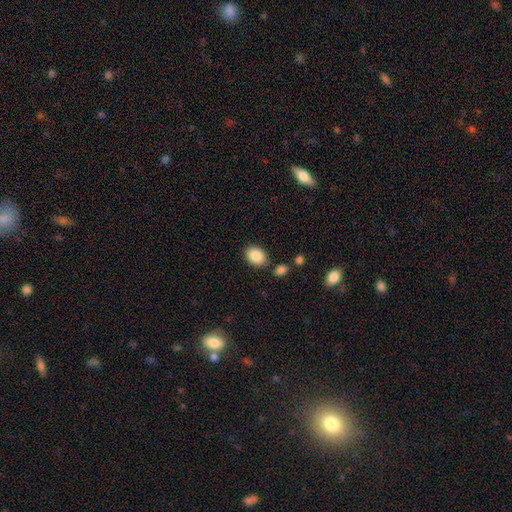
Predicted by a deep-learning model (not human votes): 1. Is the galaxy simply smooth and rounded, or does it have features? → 88% smooth, 7% star or artifact, 5% featured or disk.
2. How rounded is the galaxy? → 74% in between, 24% round, 1% cigar-shaped.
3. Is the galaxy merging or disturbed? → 79% none, 12% minor disturbance, 6% merger, 3% major disturbance.